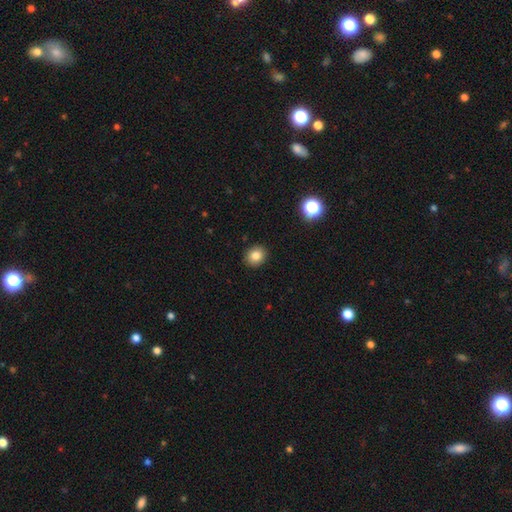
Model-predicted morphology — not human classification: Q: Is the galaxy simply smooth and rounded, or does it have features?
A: smooth — 83%.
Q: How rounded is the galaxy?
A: round — 72%.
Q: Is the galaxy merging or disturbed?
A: none — 91%.